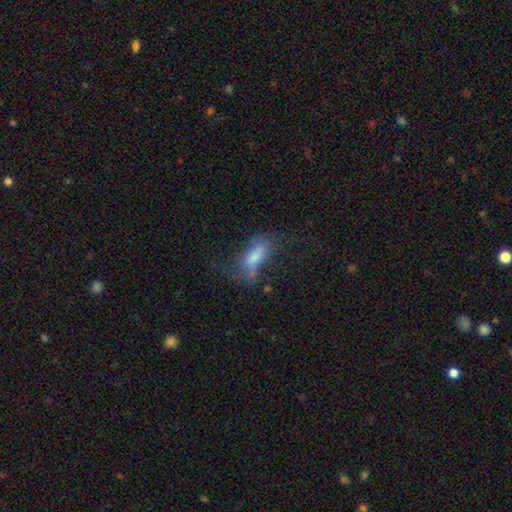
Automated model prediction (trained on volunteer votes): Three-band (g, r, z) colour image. It shows a smooth galaxy with no disk features (49%). Merging: none (39%).